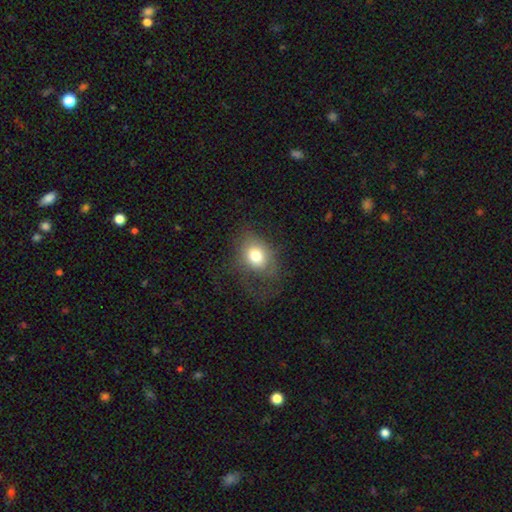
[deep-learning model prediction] The model was most divided on "how rounded": in between: 53%, round: 46%, cigar-shaped: 1%. More confident: smooth or featured — smooth (73%); merging — none (52%).